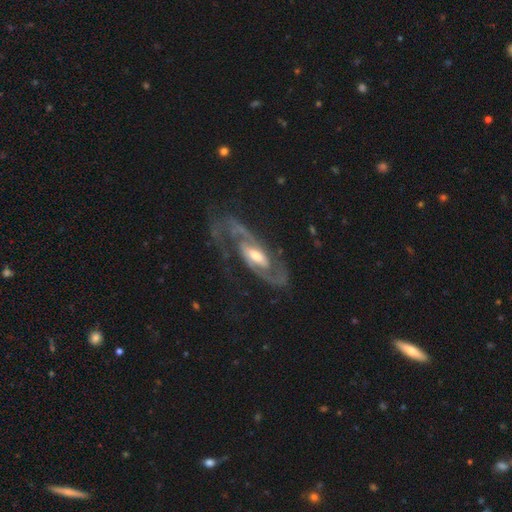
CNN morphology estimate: The model was most divided on "bar": weak: 44%, strong: 28%, no: 27%. More confident: spiral arms — yes (96%); edge-on disk — no (94%); smooth or featured — featured or disk (90%); spiral arm count — 2 (86%); bulge size — moderate (64%); merging — none (63%); spiral winding — medium (51%).